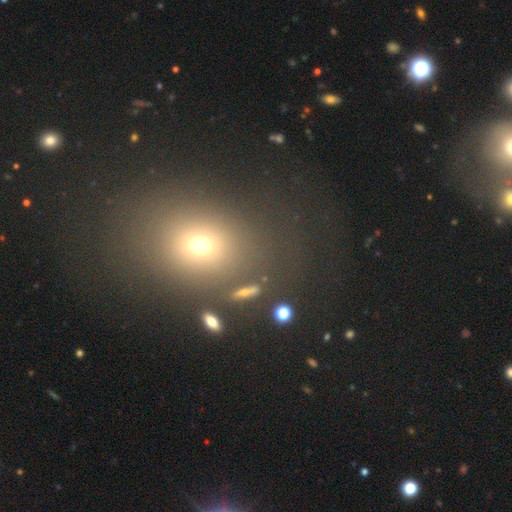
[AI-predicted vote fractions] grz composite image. It shows a smooth galaxy with no disk features (59%) that is round (59%). Merging: none (74%).